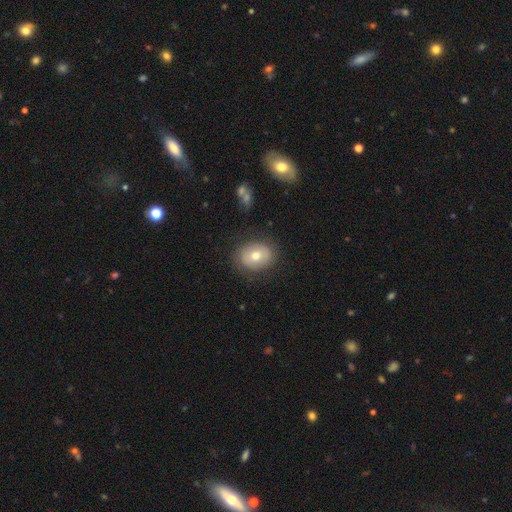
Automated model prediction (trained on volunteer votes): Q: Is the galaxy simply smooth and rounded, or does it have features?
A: smooth — 68%.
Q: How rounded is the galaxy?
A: in between — 52%.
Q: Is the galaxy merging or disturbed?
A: none — 84%.